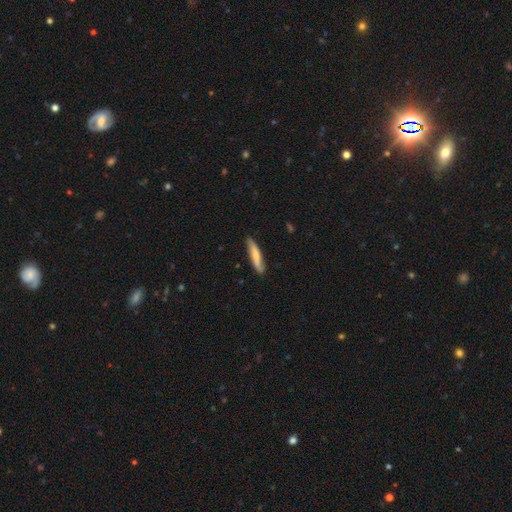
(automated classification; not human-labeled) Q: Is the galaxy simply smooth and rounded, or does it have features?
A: smooth — 69%.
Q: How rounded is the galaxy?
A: cigar-shaped — 88%.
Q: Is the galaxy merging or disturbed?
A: none — 79%.